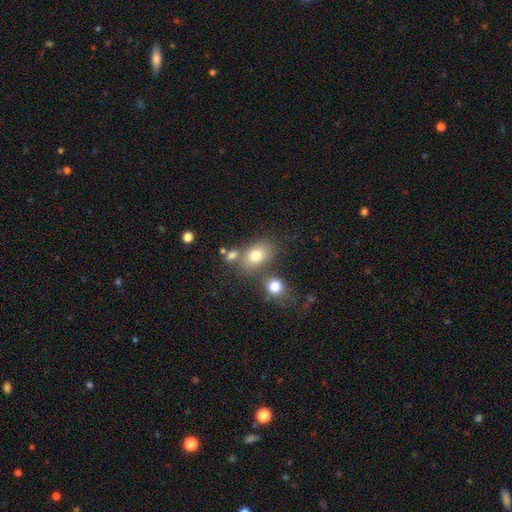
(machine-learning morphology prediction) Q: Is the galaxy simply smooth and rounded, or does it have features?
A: smooth — 77%.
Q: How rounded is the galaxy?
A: in between — 74%.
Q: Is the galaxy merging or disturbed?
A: none — 58%.